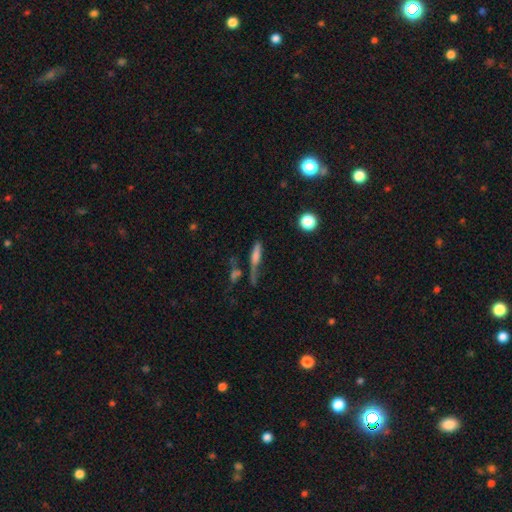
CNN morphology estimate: A smooth galaxy with no disk features (47%).

Vote fractions:
- Smooth or featured? smooth: 47% / featured or disk: 37% / star or artifact: 16%
- Merging? none: 50% / minor disturbance: 19% / merger: 17% / major disturbance: 15%